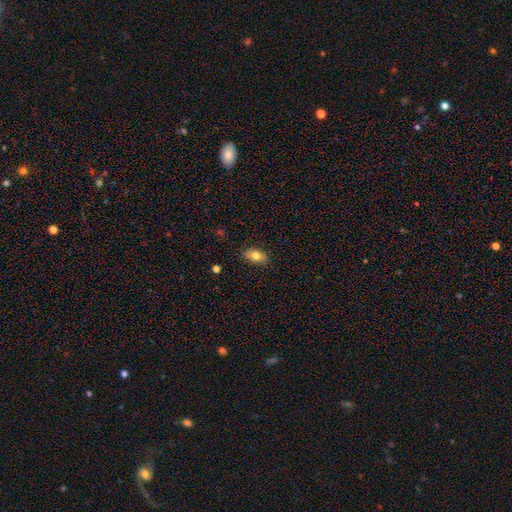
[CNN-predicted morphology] Smooth or featured? Predicted: smooth (p=0.77). How rounded? Predicted: in between (p=0.89). Merging? Predicted: none (p=0.85).